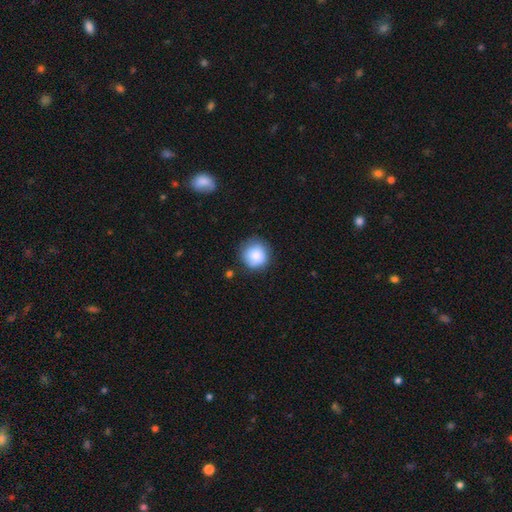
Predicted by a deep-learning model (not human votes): This appears to be a smooth galaxy with no disk features (85%) that is round (93%). Merging: none (79%).